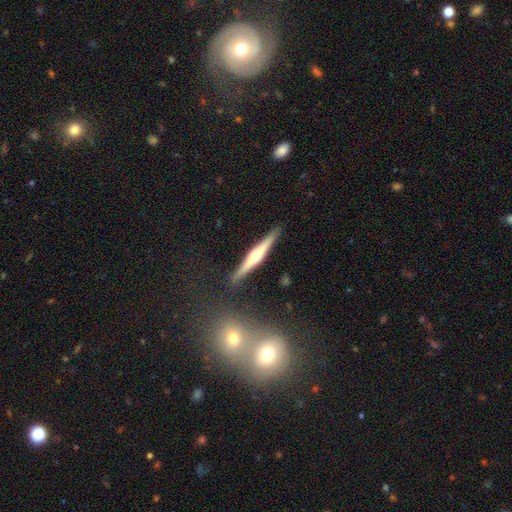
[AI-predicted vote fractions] The model was most divided on "smooth or featured": featured or disk: 69%, smooth: 25%, star or artifact: 6%. More confident: edge-on disk — yes (97%); merging — none (90%); edge-on bulge — rounded (85%).